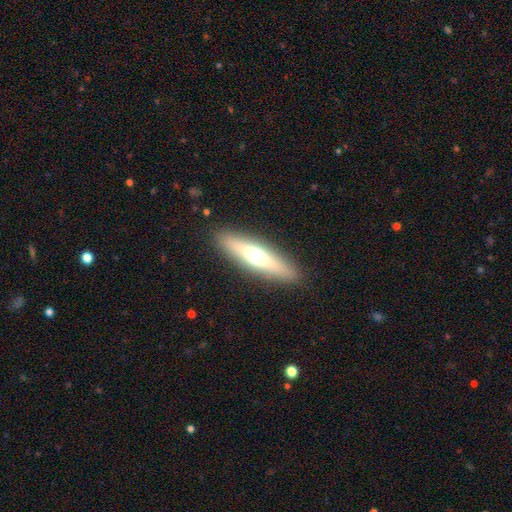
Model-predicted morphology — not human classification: type=smooth (48%); merging=none (89%).